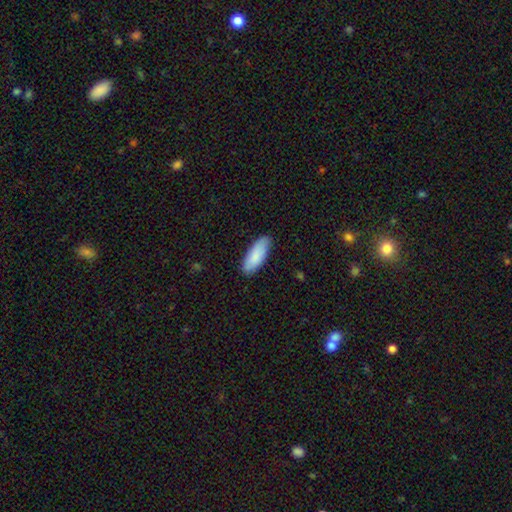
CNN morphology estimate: type=smooth (86%); roundness=in between (76%); merging=none (85%).